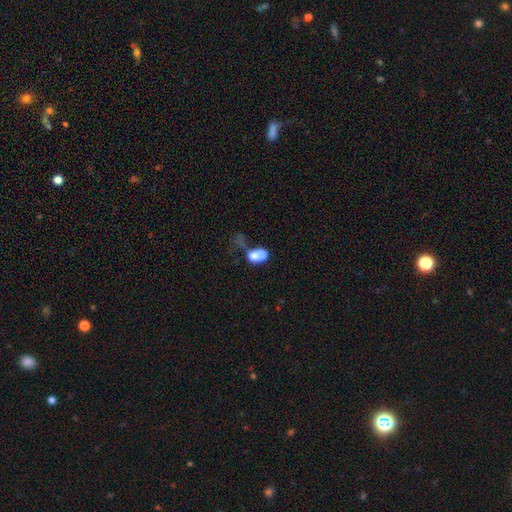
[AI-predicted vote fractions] smooth_or_featured: smooth (p=0.68) [alt: featured or disk p=0.23]
how_rounded: in between (p=0.83) [alt: round p=0.15]
merging: major disturbance (p=0.46) [alt: merger p=0.24]